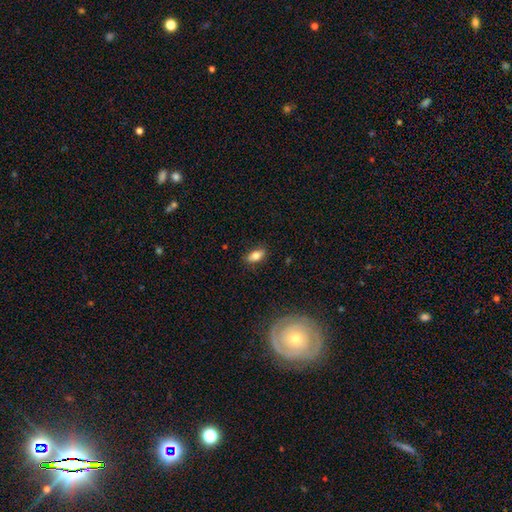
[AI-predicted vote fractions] Morphology: type=smooth (75%); roundness=in between (84%); merging=none (85%).